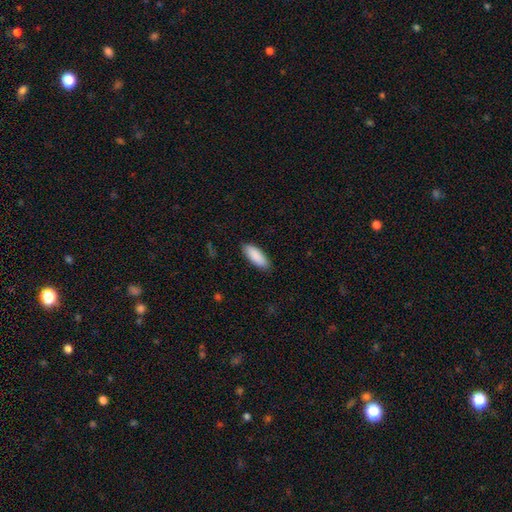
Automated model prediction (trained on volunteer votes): Smooth or featured? Predicted: smooth (p=0.90). How rounded? Predicted: in between (p=0.72). Merging? Predicted: none (p=0.88).